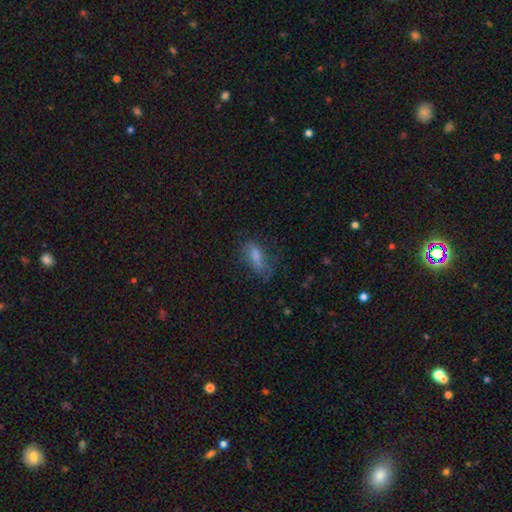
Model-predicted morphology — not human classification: Smooth or featured? smooth (61%)
How rounded? in between (69%)
Merging? none (58%)